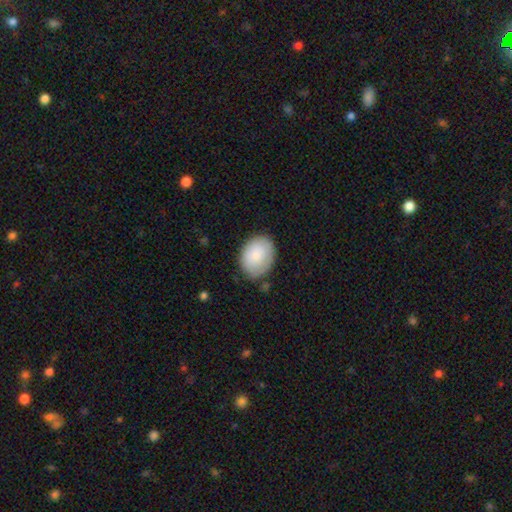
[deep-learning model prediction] smooth 80%, featured or disk 14%, star or artifact 6%. Down the decision tree: how rounded — in between (68%); merging — none (75%).